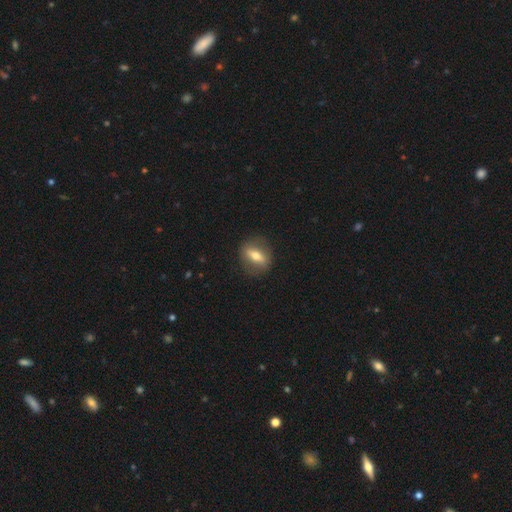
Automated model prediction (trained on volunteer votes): Smooth or featured: smooth — 48% (featured or disk — 45%)
Merging: none — 85% (minor disturbance — 10%)